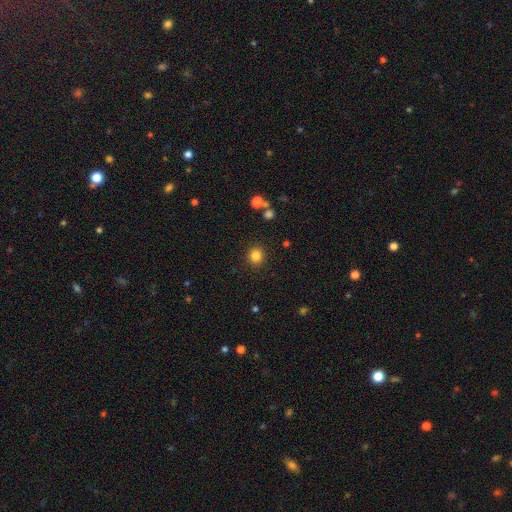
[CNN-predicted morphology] A smooth galaxy with no disk features (83%) that is round (87%). Merging: none (90%).